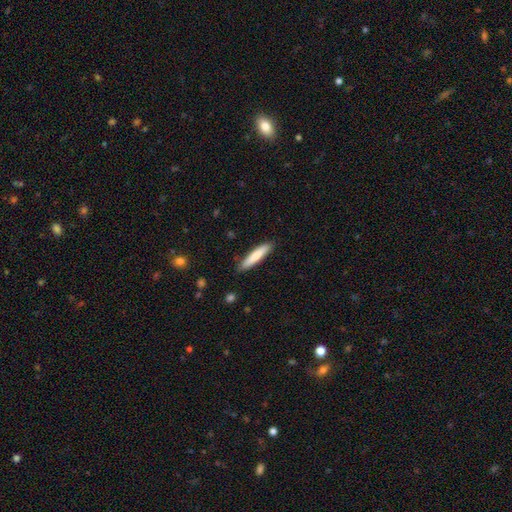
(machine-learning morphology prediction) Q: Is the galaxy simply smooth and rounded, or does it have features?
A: smooth — 77%.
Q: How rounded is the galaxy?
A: cigar-shaped — 88%.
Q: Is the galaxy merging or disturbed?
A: none — 88%.